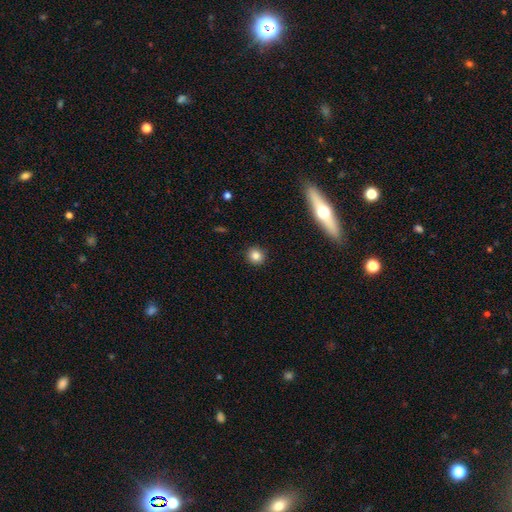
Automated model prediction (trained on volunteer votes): The model was most divided on "smooth or featured": smooth: 84%, star or artifact: 11%, featured or disk: 6%. More confident: merging — none (91%); how rounded — round (89%).